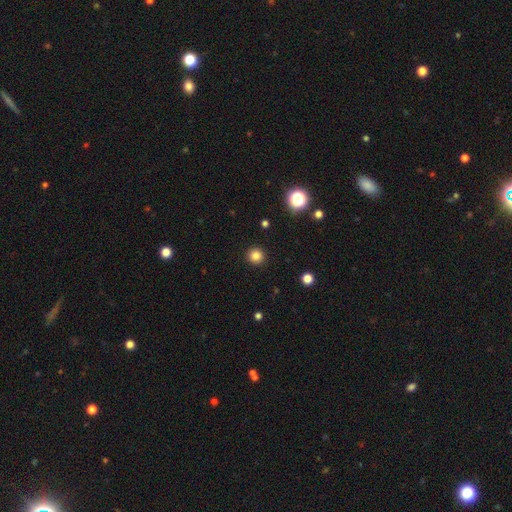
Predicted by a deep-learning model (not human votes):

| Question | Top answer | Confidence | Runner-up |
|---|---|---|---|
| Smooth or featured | smooth | 83% | star or artifact (13%) |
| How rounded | round | 95% | in between (4%) |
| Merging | none | 93% | minor disturbance (4%) |